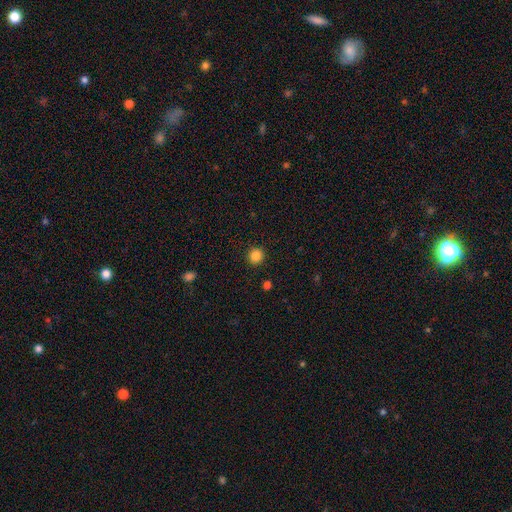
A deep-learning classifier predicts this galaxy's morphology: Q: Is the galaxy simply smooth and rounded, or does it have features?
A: smooth — 85%.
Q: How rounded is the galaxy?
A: round — 95%.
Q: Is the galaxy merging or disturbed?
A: none — 93%.